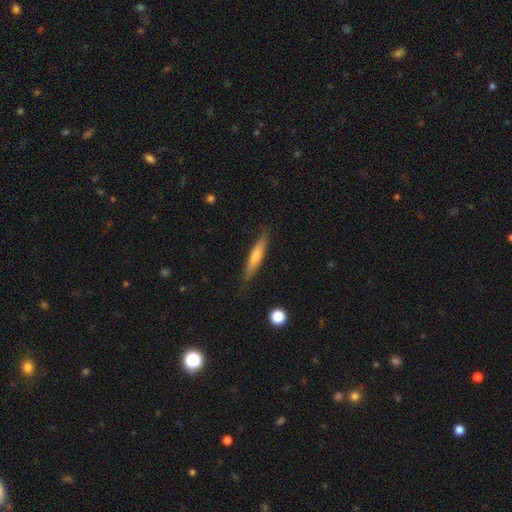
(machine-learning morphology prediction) This is possibly a smooth galaxy (48%). Merging: clearly none (87%).